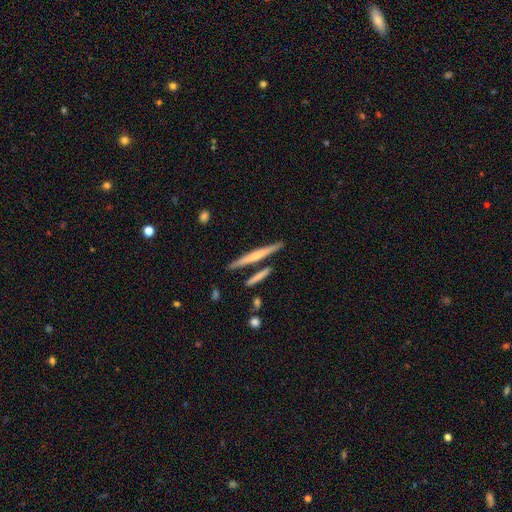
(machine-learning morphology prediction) Q: Smooth or featured?
A: featured or disk (50%); runner-up: smooth (44%)
Q: Merging?
A: none (81%); runner-up: minor disturbance (8%)